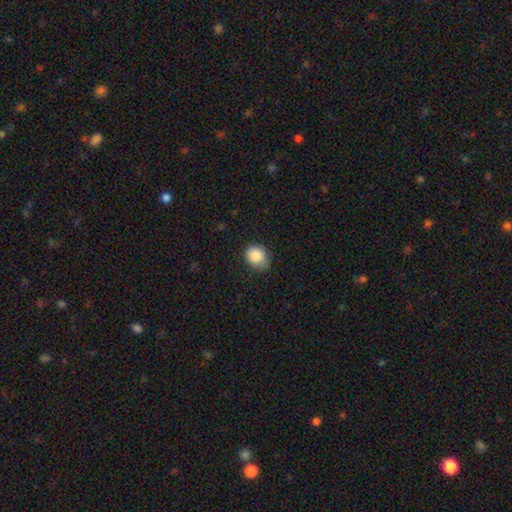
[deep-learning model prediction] A smooth galaxy with no disk features (86%) that is round (62%).

Vote fractions:
- Smooth or featured? smooth: 86% / star or artifact: 9% / featured or disk: 6%
- How rounded? round: 62% / in between: 37% / cigar-shaped: 1%
- Merging? none: 72% / minor disturbance: 23% / major disturbance: 4% / merger: 1%